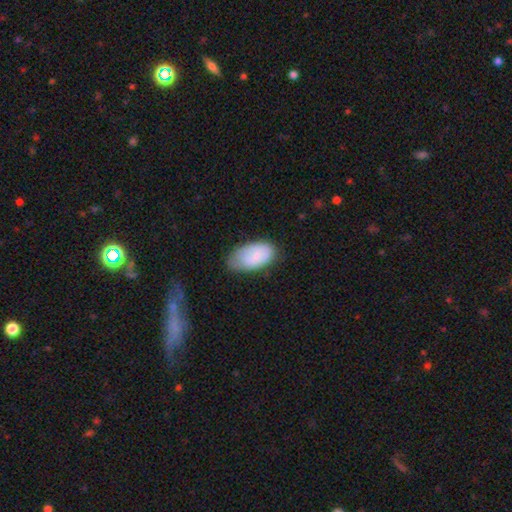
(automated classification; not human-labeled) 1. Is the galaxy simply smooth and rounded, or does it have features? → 69% smooth, 24% featured or disk, 7% star or artifact.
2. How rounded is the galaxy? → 94% in between, 4% round, 2% cigar-shaped.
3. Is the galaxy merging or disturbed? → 56% none, 33% minor disturbance, 9% major disturbance, 2% merger.